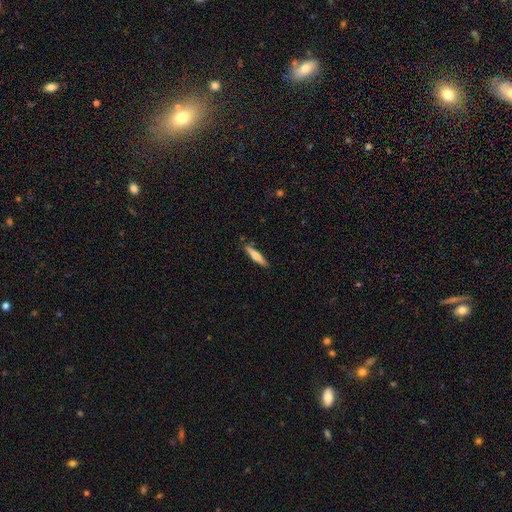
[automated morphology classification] smooth 61%, featured or disk 34%, star or artifact 6%. Down the decision tree: how rounded — cigar-shaped (88%); merging — none (87%).